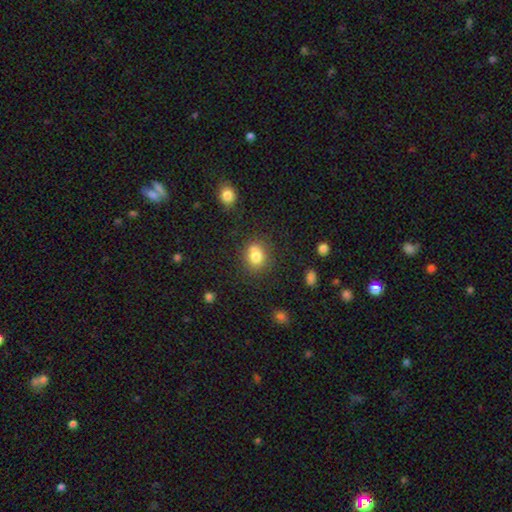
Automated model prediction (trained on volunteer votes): smooth_or_featured: smooth (p=0.77) [alt: star or artifact p=0.11]
how_rounded: round (p=0.58) [alt: in between p=0.41]
merging: none (p=0.56) [alt: merger p=0.24]